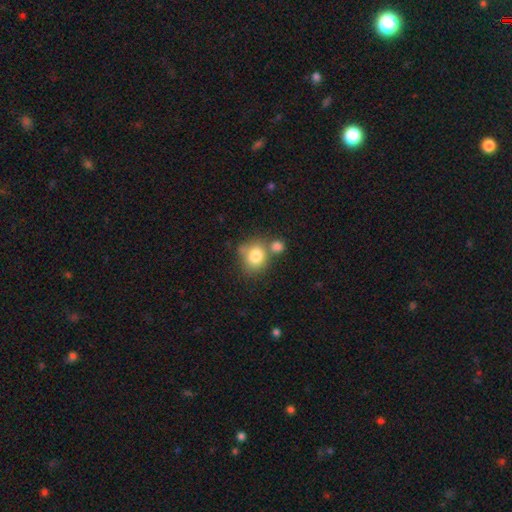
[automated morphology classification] Q: Smooth or featured?
A: smooth (79%); runner-up: featured or disk (11%)
Q: How rounded?
A: round (70%); runner-up: in between (29%)
Q: Merging?
A: none (50%); runner-up: merger (30%)